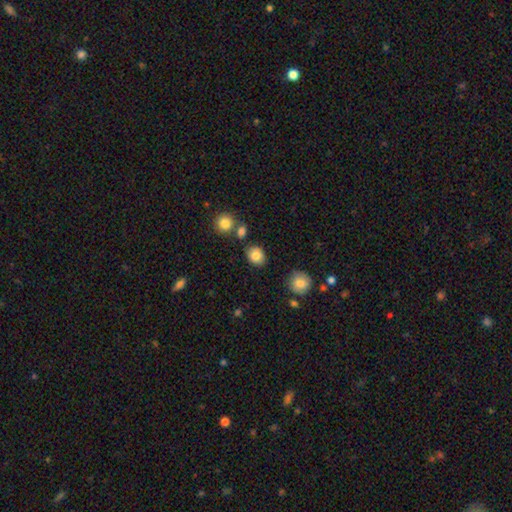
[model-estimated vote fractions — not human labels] This appears to be a smooth galaxy with no disk features (83%) that is in between round and cigar-shaped (53%). Merging: none (81%).